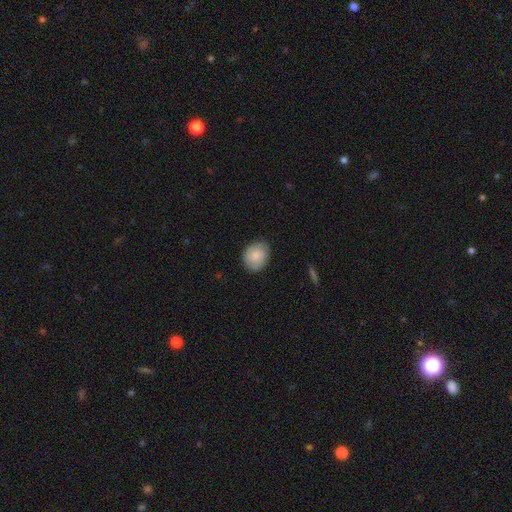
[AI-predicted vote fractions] smooth-or-featured: smooth: 73% | featured or disk: 20% | star or artifact: 7%
  how-rounded: round: 51% | in between: 48% | cigar-shaped: 1%
  merging: none: 83% | minor disturbance: 13% | major disturbance: 3% | merger: 1%